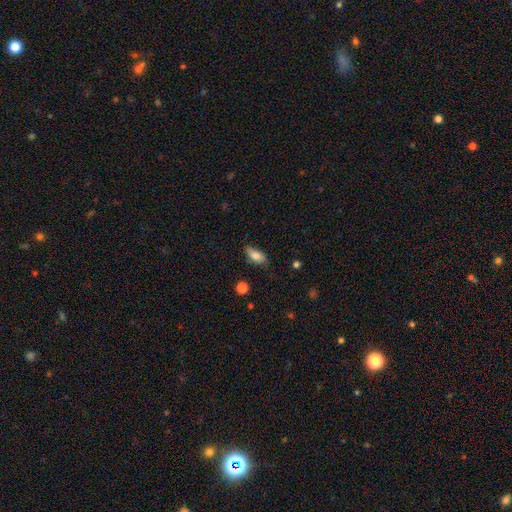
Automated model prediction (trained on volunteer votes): Smooth or featured?
  - smooth: 80% *
  - featured or disk: 13%
  - star or artifact: 8%
How rounded?
  - in between: 81% *
  - cigar-shaped: 15%
  - round: 4%
Merging?
  - none: 70% *
  - minor disturbance: 24%
  - major disturbance: 4%
  - merger: 2%